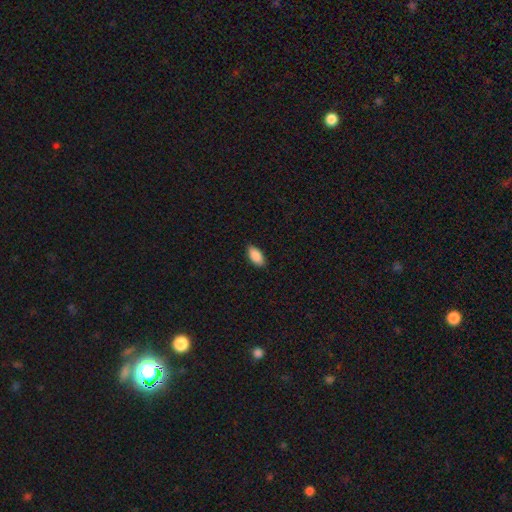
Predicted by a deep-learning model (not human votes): Overall: smooth (89%). How rounded: in between (93%). Merging: none (89%).